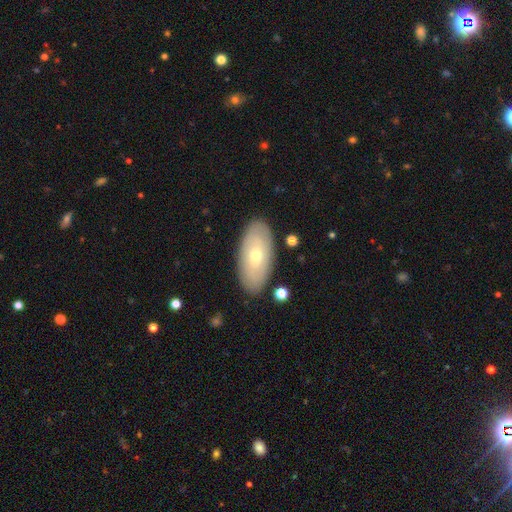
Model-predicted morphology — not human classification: Smooth or featured?
  - smooth: 55% *
  - featured or disk: 38%
  - star or artifact: 7%
How rounded?
  - in between: 92% *
  - cigar-shaped: 5%
  - round: 3%
Merging?
  - none: 86% *
  - minor disturbance: 10%
  - major disturbance: 2%
  - merger: 2%